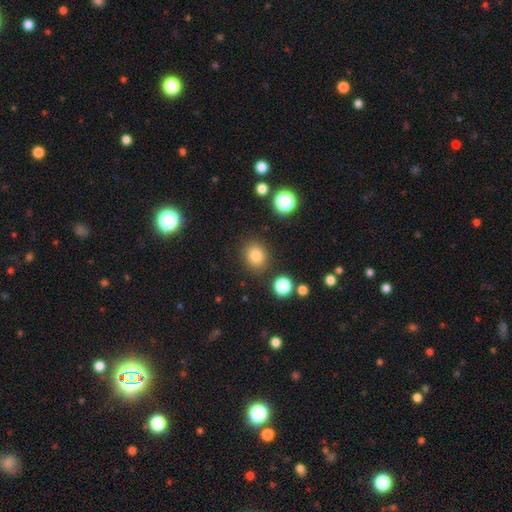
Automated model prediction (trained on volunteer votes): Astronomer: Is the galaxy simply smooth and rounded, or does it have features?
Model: smooth — 80%.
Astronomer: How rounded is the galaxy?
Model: round — 73%.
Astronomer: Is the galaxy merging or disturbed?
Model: none — 86%.